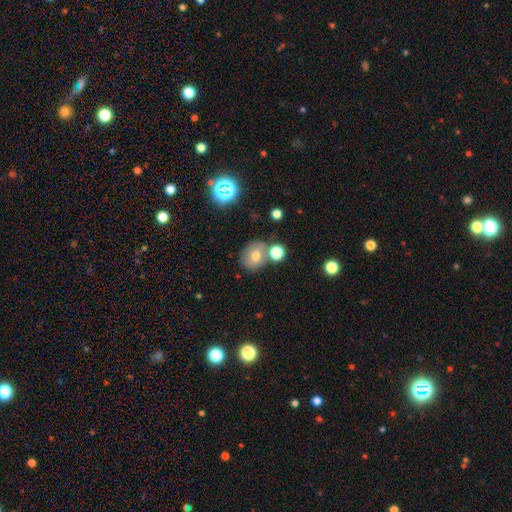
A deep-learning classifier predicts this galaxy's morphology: Overall: smooth (68%). How rounded: round (65%; in between 34%). Merging: none (62%).